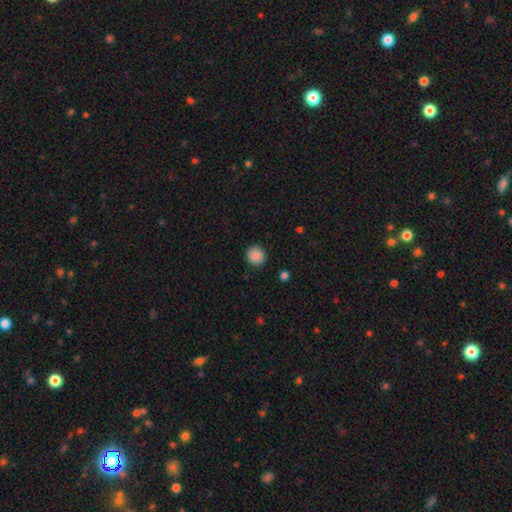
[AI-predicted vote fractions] This appears to be a smooth galaxy with no disk features (88%) that is round (89%). Merging: none (91%).